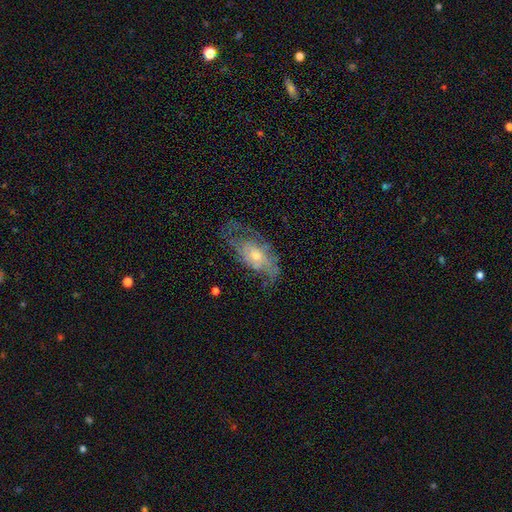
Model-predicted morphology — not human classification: A featured or disk galaxy (67%) with no bar (76%), spiral arms (71%) and a small central bulge (50%). Merging: none (48%).